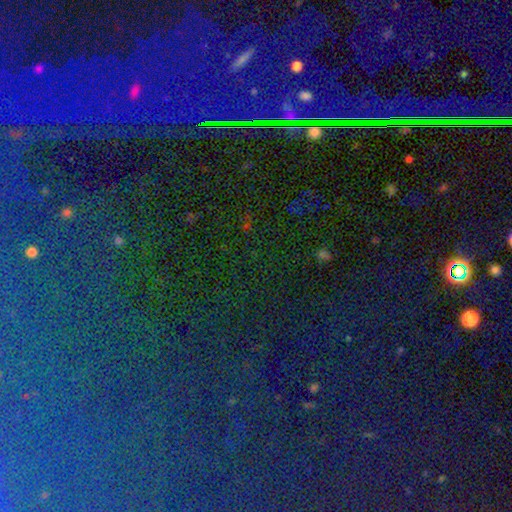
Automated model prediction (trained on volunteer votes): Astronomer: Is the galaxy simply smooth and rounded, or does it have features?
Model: star or artifact — 81%.